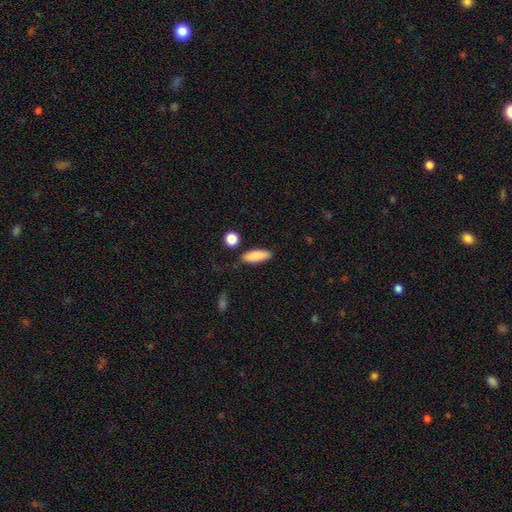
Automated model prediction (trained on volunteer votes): Smooth or featured?
  - smooth: 87% *
  - star or artifact: 7%
  - featured or disk: 6%
How rounded?
  - in between: 62% *
  - cigar-shaped: 36%
  - round: 3%
Merging?
  - none: 84% *
  - minor disturbance: 10%
  - merger: 3%
  - major disturbance: 3%